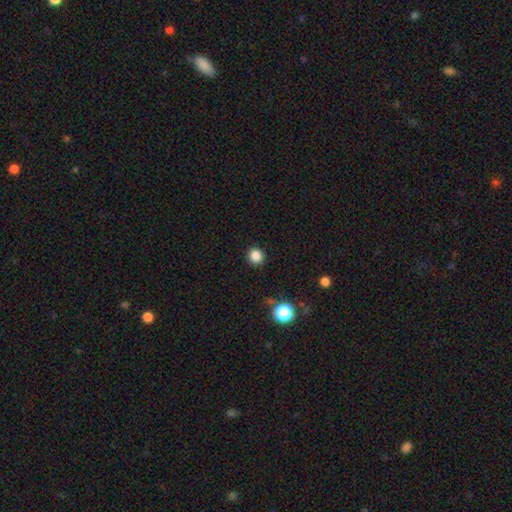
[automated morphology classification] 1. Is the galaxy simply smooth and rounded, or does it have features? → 85% smooth, 12% star or artifact, 3% featured or disk.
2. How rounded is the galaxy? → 93% round, 6% in between, 1% cigar-shaped.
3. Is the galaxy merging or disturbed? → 91% none, 6% minor disturbance, 2% major disturbance, 1% merger.